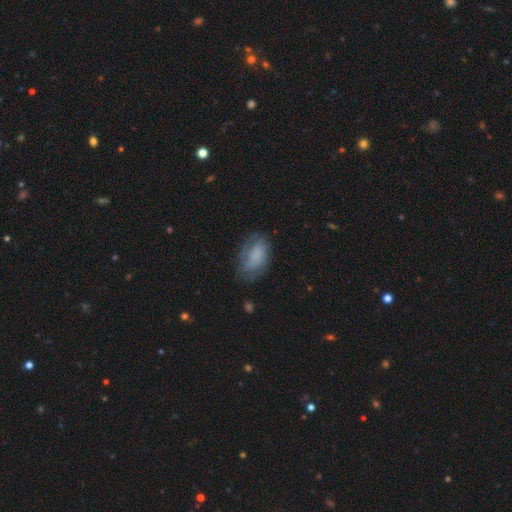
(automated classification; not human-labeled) Smooth or featured? Predicted: smooth (p=0.64). How rounded? Predicted: in between (p=0.89). Merging? Predicted: none (p=0.59).